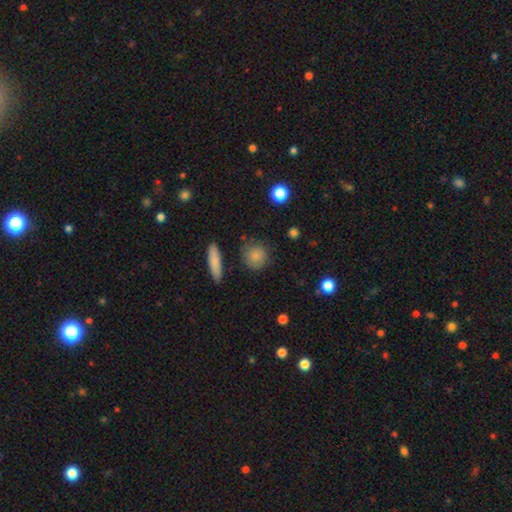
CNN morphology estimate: This is likely a smooth galaxy (80%). How rounded: clearly round (84%). Merging: likely none (78%).